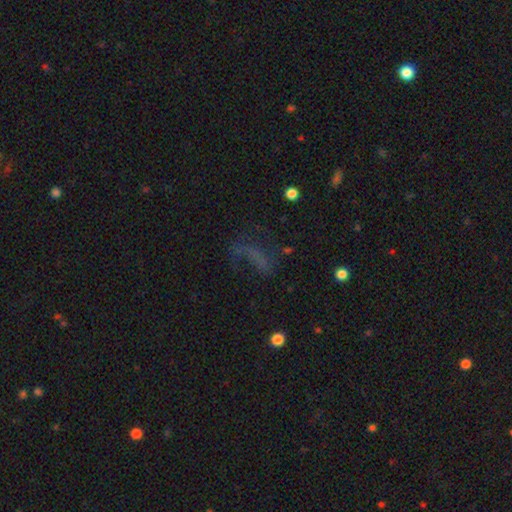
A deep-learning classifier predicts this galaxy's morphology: smooth_or_featured: smooth (p=0.36) [alt: star or artifact p=0.32]
merging: none (p=0.44) [alt: major disturbance p=0.33]